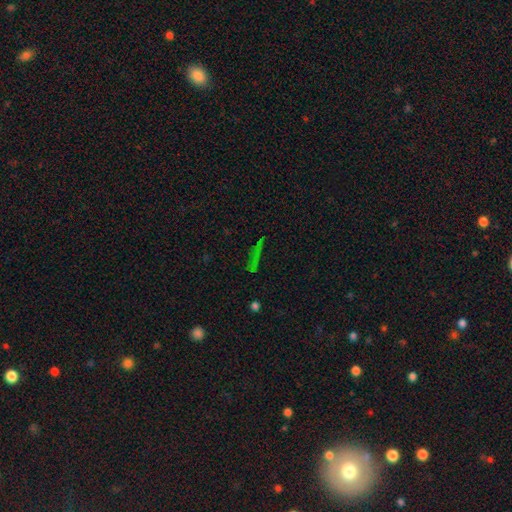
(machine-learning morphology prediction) The model was most divided on "smooth or featured": star or artifact: 55%, smooth: 25%, featured or disk: 20%.